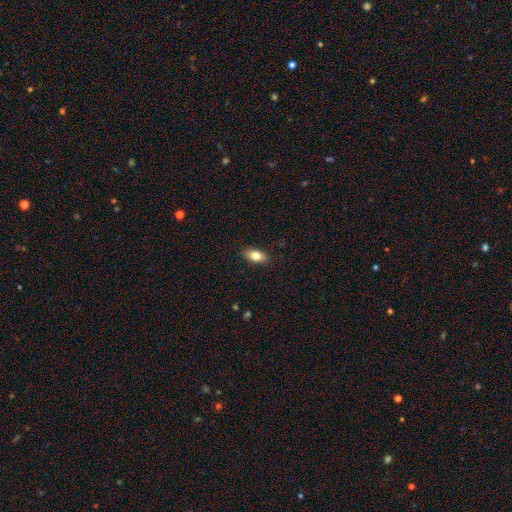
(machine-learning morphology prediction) type=smooth (80%); roundness=in between (88%); merging=none (88%).